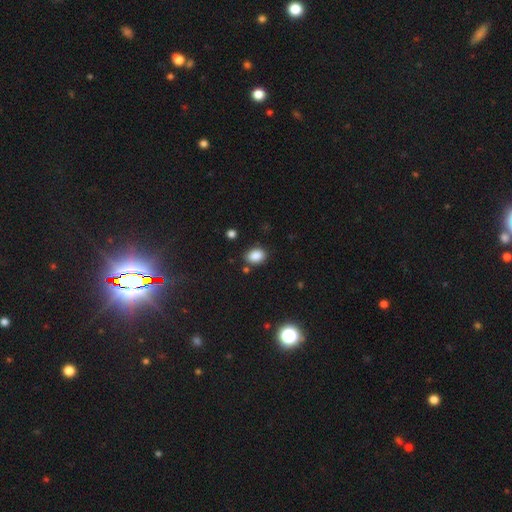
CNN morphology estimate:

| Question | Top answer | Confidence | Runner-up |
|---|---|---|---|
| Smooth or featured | smooth | 86% | star or artifact (10%) |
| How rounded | in between | 69% | round (30%) |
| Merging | none | 81% | minor disturbance (12%) |